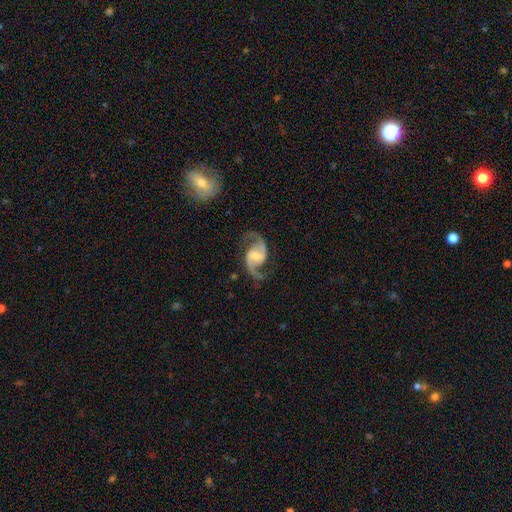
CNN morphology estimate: smooth_or_featured: featured or disk (p=0.92) [alt: star or artifact p=0.04]
disk_edge_on: no (p=0.98) [alt: yes p=0.02]
bar: weak (p=0.47) [alt: no p=0.37]
has_spiral_arms: yes (p=0.98) [alt: no p=0.02]
spiral_winding: medium (p=0.48) [alt: loose p=0.45]
spiral_arm_count: 2 (p=0.94) [alt: can't tell p=0.01]
bulge_size: moderate (p=0.50) [alt: small p=0.34]
merging: none (p=0.79) [alt: minor disturbance p=0.13]